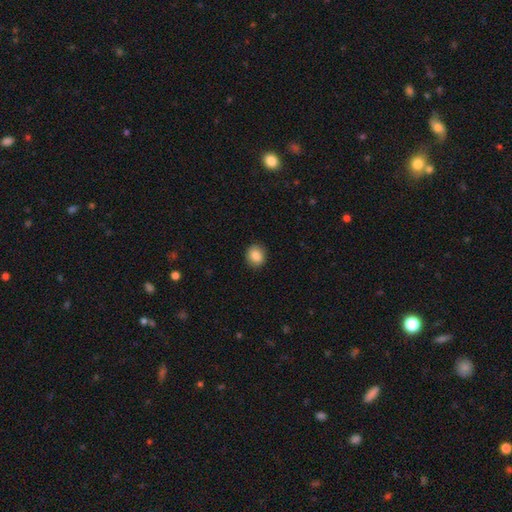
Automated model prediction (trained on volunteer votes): smooth 86%, star or artifact 9%, featured or disk 5%. Down the decision tree: how rounded — round (76%); merging — none (91%).